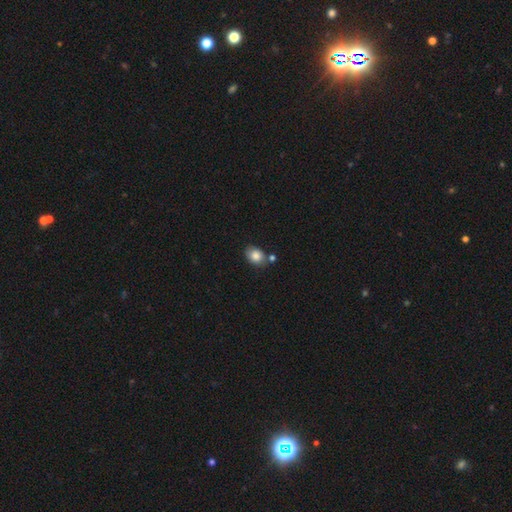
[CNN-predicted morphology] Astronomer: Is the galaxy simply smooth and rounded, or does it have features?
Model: smooth — 84%.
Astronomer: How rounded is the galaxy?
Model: in between — 59% (runner-up: round, 40%).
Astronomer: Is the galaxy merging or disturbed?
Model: none — 69%.